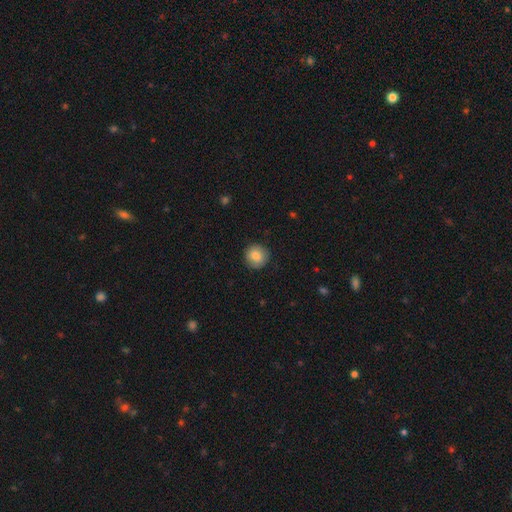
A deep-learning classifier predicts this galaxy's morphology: The model was most divided on "smooth or featured": smooth: 85%, star or artifact: 8%, featured or disk: 7%. More confident: how rounded — round (94%); merging — none (90%).